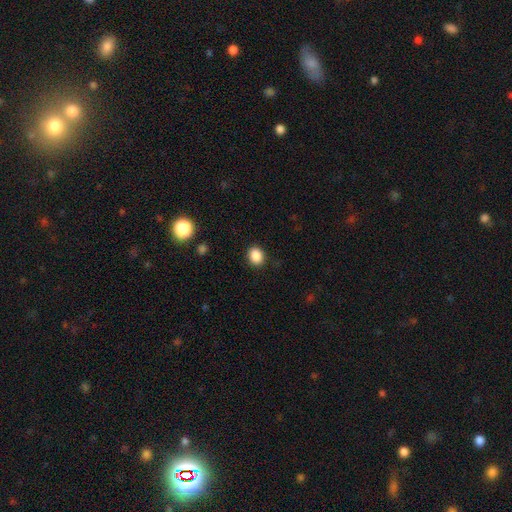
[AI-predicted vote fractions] smooth 87%, star or artifact 10%, featured or disk 3%. Down the decision tree: how rounded — round (59%); merging — none (88%).